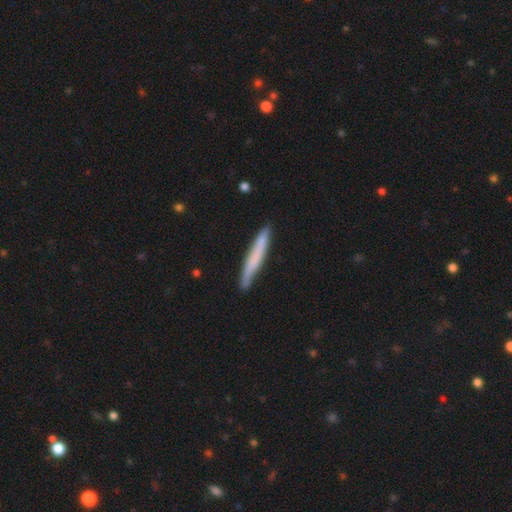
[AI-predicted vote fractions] This appears to be a smooth galaxy with no disk features (62%) that is cigar-shaped (96%). Merging: none (83%).